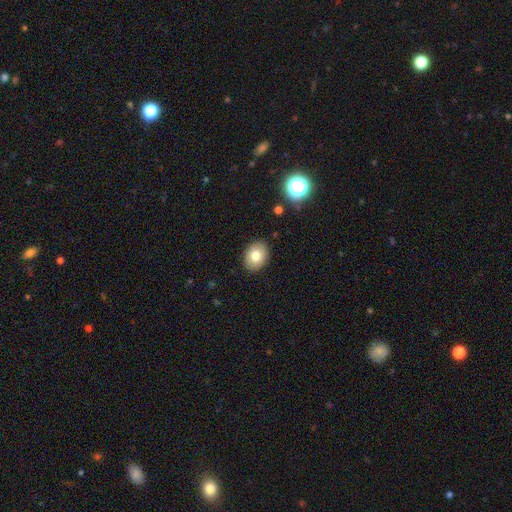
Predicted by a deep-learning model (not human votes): Smooth or featured? Predicted: smooth (p=0.78). How rounded? Predicted: in between (p=0.65). Merging? Predicted: none (p=0.89).